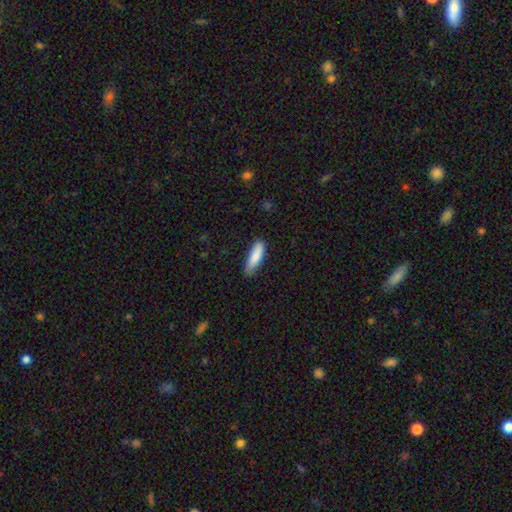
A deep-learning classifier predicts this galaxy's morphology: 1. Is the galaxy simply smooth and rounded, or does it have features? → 85% smooth, 9% featured or disk, 6% star or artifact.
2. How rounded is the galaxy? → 55% cigar-shaped, 44% in between, 2% round.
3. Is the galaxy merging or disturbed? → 76% none, 20% minor disturbance, 3% major disturbance, 1% merger.